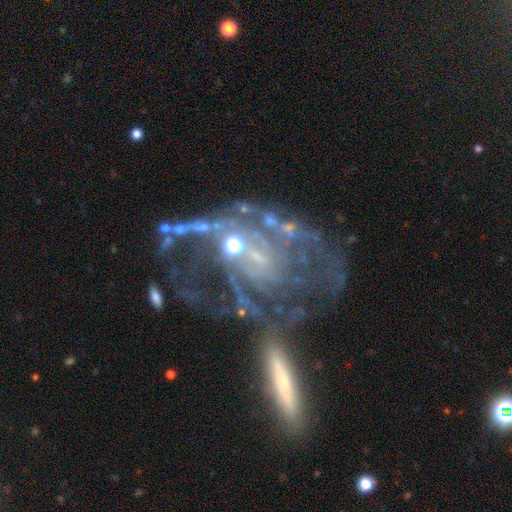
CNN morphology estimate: A featured or disk galaxy (80%) with no bar (54%), medium (39%) spiral arms (84%) and a small central bulge (48%). Merging: none (32%).